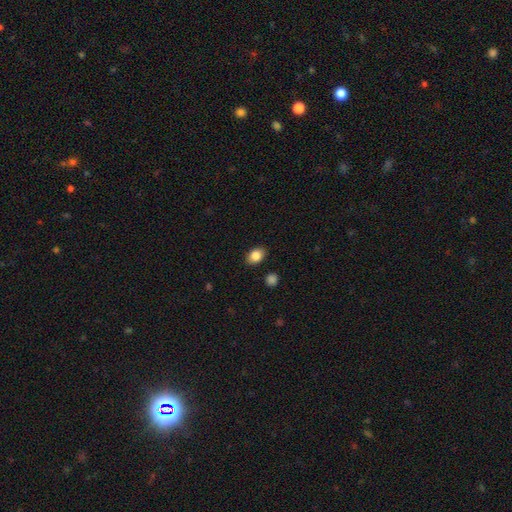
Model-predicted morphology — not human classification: smooth-or-featured: smooth: 85% | star or artifact: 9% | featured or disk: 7%
  how-rounded: in between: 73% | round: 26% | cigar-shaped: 1%
  merging: none: 87% | minor disturbance: 9% | major disturbance: 2% | merger: 2%